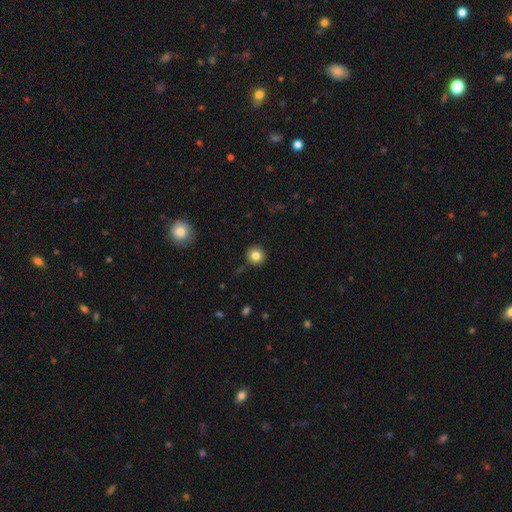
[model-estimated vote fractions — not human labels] Smooth or featured?
  - smooth: 83% *
  - star or artifact: 10%
  - featured or disk: 7%
How rounded?
  - round: 93% *
  - in between: 6%
  - cigar-shaped: 1%
Merging?
  - none: 88% *
  - minor disturbance: 8%
  - major disturbance: 2%
  - merger: 2%